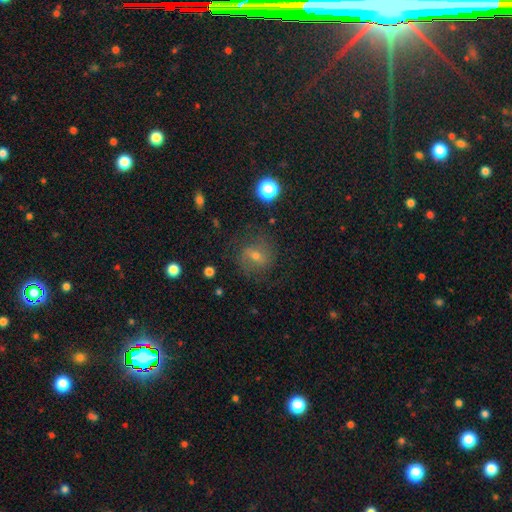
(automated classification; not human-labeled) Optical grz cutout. It shows a featured or disk galaxy (46%). Merging: none (74%).